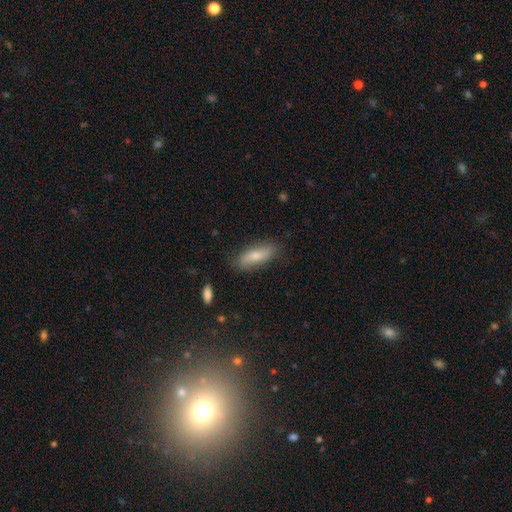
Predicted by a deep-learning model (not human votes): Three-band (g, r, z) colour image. It shows a smooth galaxy with no disk features (73%) that is in between round and cigar-shaped (69%). Merging: none (78%).